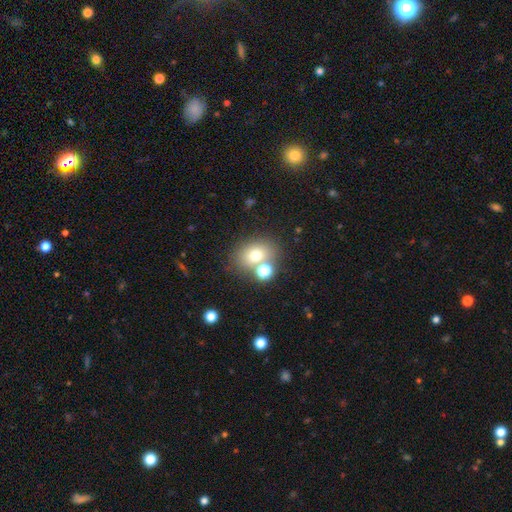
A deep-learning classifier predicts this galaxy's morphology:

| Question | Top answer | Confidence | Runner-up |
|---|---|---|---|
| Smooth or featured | smooth | 71% | star or artifact (14%) |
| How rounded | round | 50% | in between (49%) |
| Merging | none | 61% | merger (22%) |